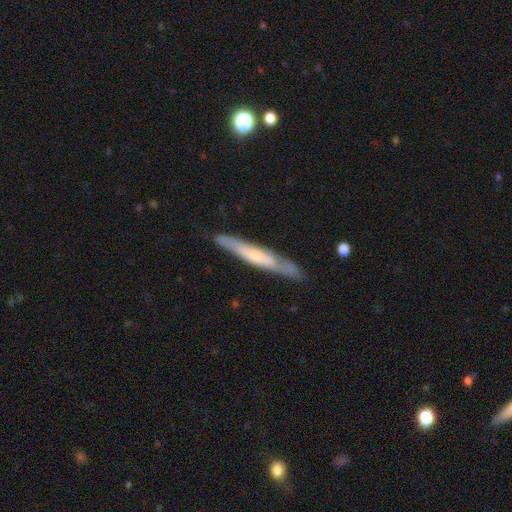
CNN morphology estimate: A featured or disk galaxy (55%) viewed edge-on (82%).

Vote fractions:
- Smooth or featured? featured or disk: 55% / smooth: 39% / star or artifact: 5%
- Edge-on disk? yes: 82% / no: 18%
- Merging? none: 82% / minor disturbance: 13% / major disturbance: 3% / merger: 2%